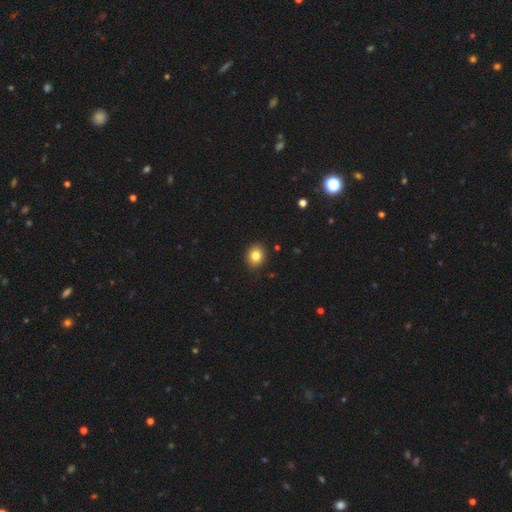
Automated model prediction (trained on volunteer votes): Smooth or featured: smooth — 83% (star or artifact — 10%)
How rounded: round — 69% (in between — 31%)
Merging: none — 90% (minor disturbance — 7%)